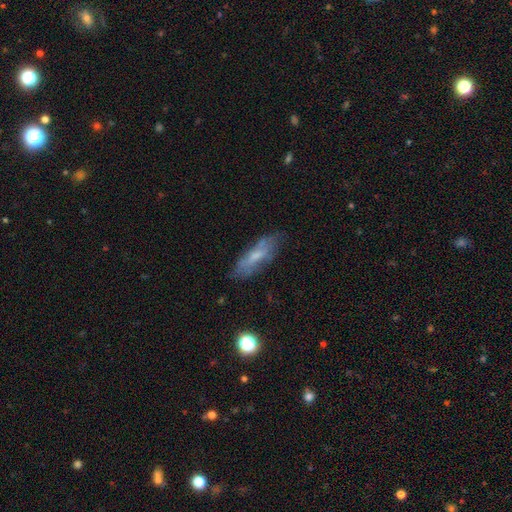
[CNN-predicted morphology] smooth-or-featured: smooth: 51% | featured or disk: 40% | star or artifact: 9%
  how-rounded: cigar-shaped: 49% | in between: 48% | round: 2%
  merging: none: 69% | minor disturbance: 21% | major disturbance: 7% | merger: 2%